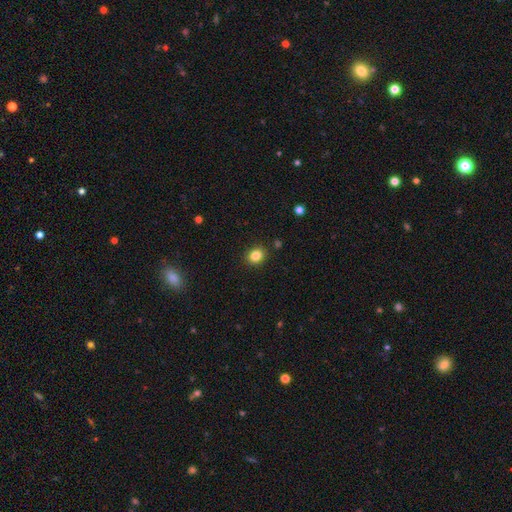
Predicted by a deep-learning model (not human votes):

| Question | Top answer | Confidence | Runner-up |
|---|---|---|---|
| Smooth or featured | smooth | 84% | star or artifact (11%) |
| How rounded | round | 68% | in between (31%) |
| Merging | none | 89% | minor disturbance (7%) |